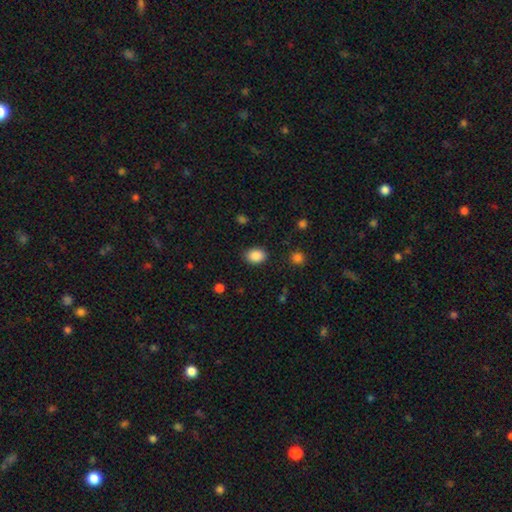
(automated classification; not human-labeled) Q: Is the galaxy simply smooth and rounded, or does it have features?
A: smooth — 88%.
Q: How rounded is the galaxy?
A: in between — 67%.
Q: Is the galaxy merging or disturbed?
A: none — 86%.